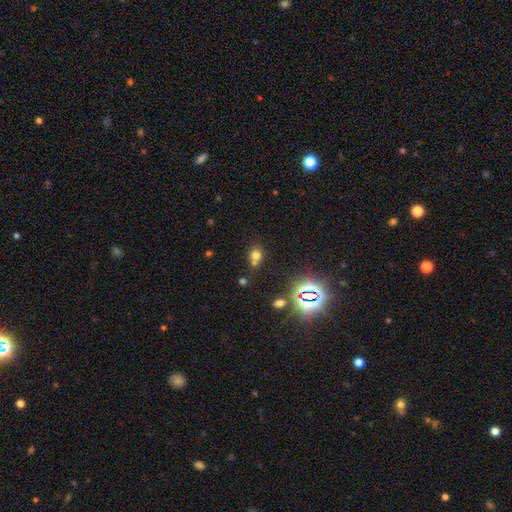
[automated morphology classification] Smooth or featured? smooth (62%)
How rounded? round (69%)
Merging? none (48%)